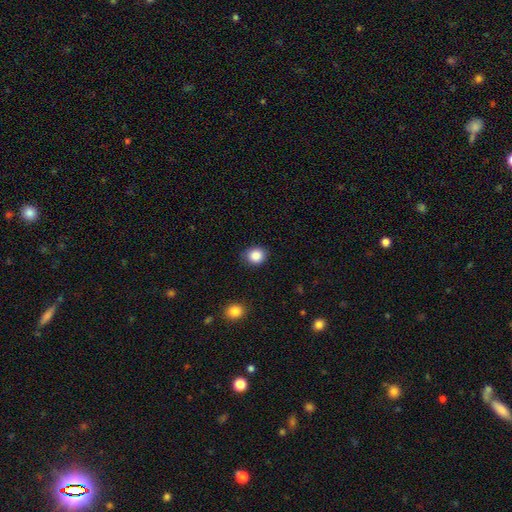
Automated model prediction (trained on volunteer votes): smooth 87%, star or artifact 9%, featured or disk 4%. Down the decision tree: how rounded — round (72%); merging — none (83%).